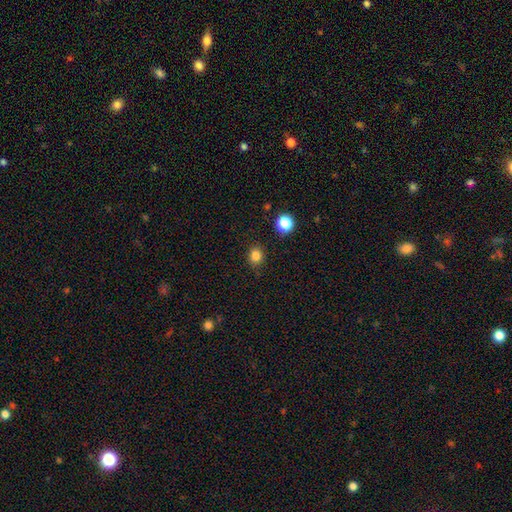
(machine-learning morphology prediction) Smooth or featured: smooth — 83% (star or artifact — 13%)
How rounded: round — 77% (in between — 22%)
Merging: none — 89% (minor disturbance — 7%)